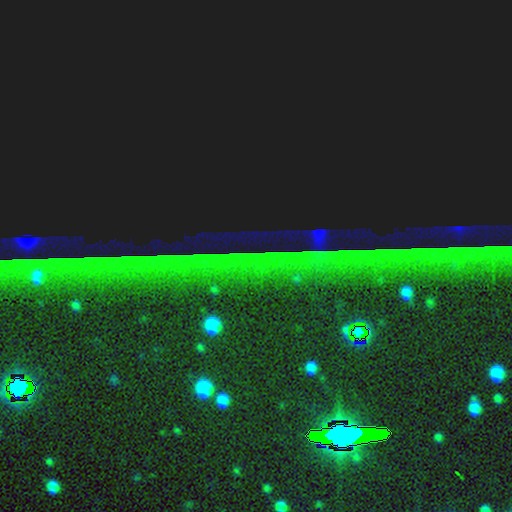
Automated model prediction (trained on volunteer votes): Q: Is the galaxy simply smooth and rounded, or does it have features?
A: star or artifact — 84%.